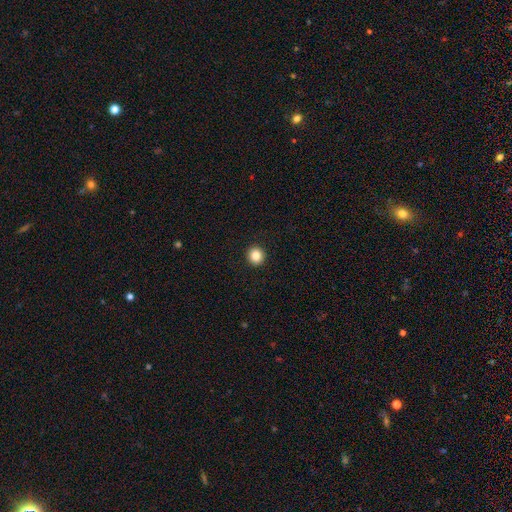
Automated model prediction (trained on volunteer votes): Smooth or featured? Predicted: smooth (p=0.85). How rounded? Predicted: round (p=0.92). Merging? Predicted: none (p=0.94).